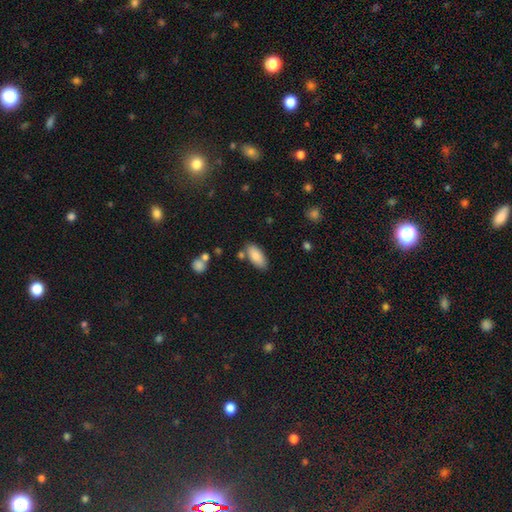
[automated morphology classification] Overall: smooth (85%). How rounded: in between (86%). Merging: none (77%).